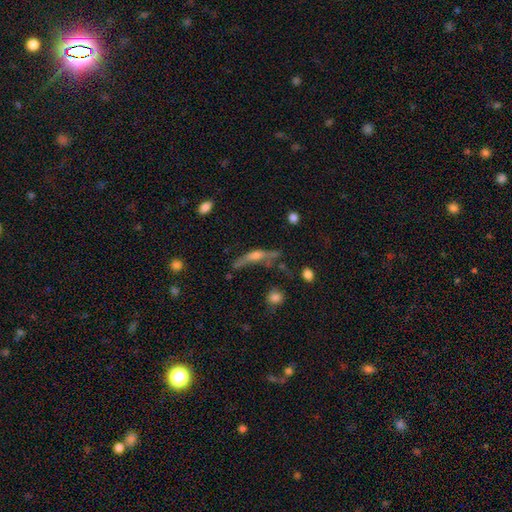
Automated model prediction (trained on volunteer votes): smooth_or_featured: featured or disk (p=0.57) [alt: smooth p=0.31]
disk_edge_on: yes (p=0.80) [alt: no p=0.20]
merging: none (p=0.48) [alt: minor disturbance p=0.23]